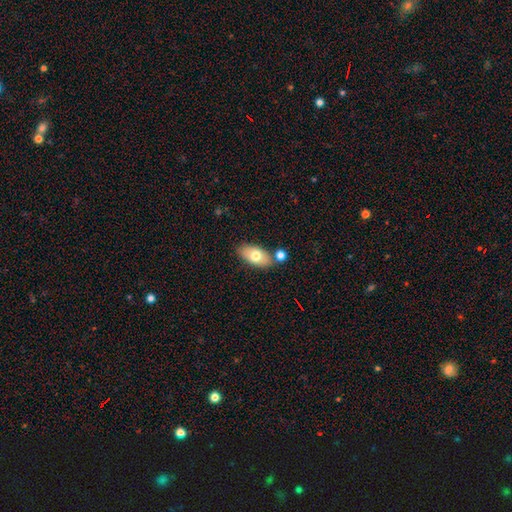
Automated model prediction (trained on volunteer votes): The model was most divided on "smooth or featured": smooth: 72%, featured or disk: 21%, star or artifact: 7%. More confident: how rounded — in between (91%); merging — none (71%).